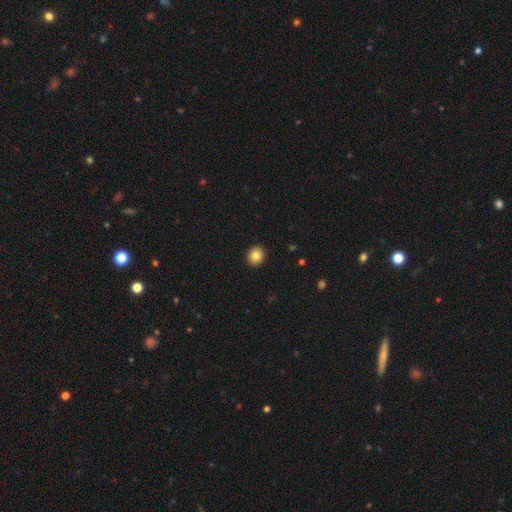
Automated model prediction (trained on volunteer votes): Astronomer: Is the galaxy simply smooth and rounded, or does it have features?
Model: smooth — 83%.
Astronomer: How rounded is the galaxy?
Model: round — 81%.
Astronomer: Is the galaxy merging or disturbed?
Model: none — 93%.